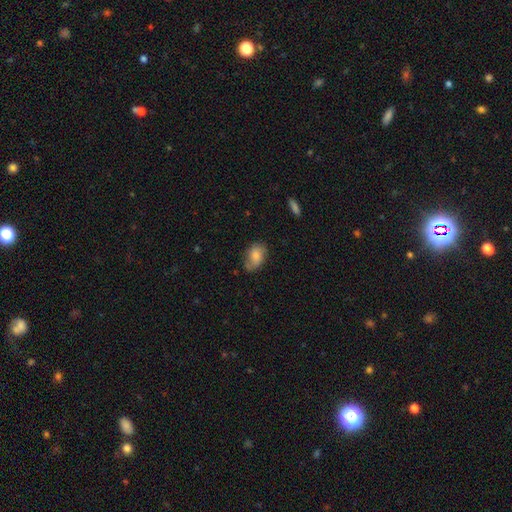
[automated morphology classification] The model was most divided on "merging": none: 59%, minor disturbance: 30%, major disturbance: 8%, merger: 3%. More confident: how rounded — in between (85%); smooth or featured — smooth (75%).